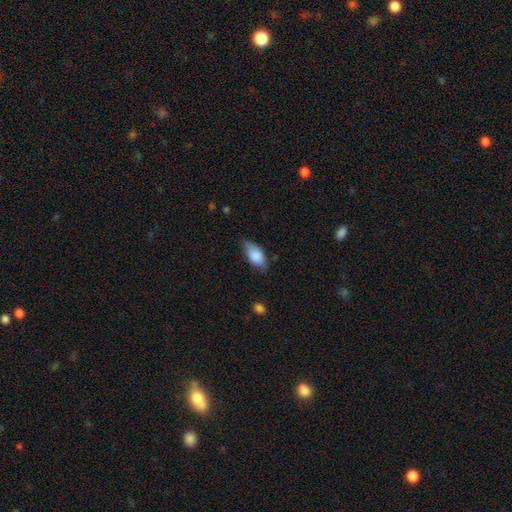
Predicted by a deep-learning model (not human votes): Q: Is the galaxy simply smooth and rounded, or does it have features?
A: smooth — 83%.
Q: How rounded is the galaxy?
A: in between — 90%.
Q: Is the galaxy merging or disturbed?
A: none — 66%.